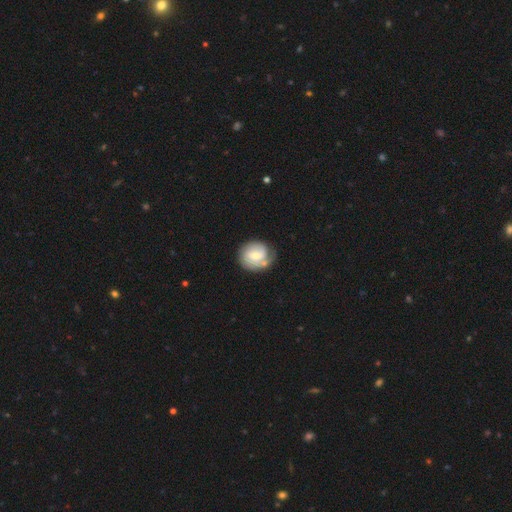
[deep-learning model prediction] featured or disk 55%, smooth 39%, star or artifact 6%. Down the decision tree: edge-on disk — no (97%); bar — weak (48%); spiral arms — yes (81%); bulge size — small (49%); merging — none (59%).